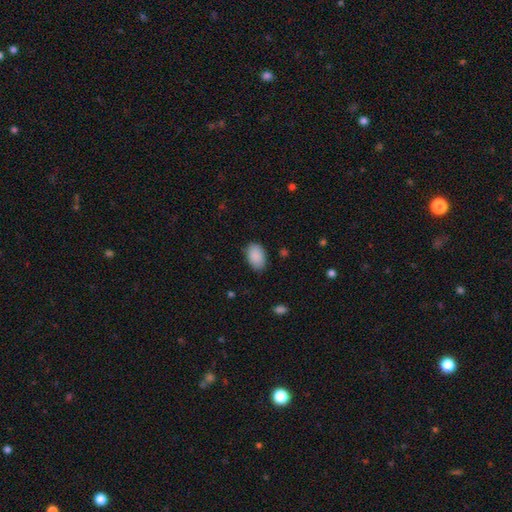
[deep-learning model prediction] Overall: smooth (90%). How rounded: in between (89%). Merging: none (81%).